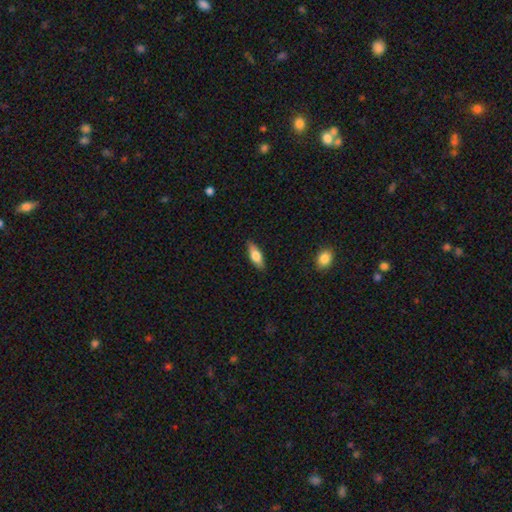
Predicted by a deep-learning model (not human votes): This appears to be a smooth galaxy with no disk features (74%) that is in between round and cigar-shaped (69%). Merging: none (85%).